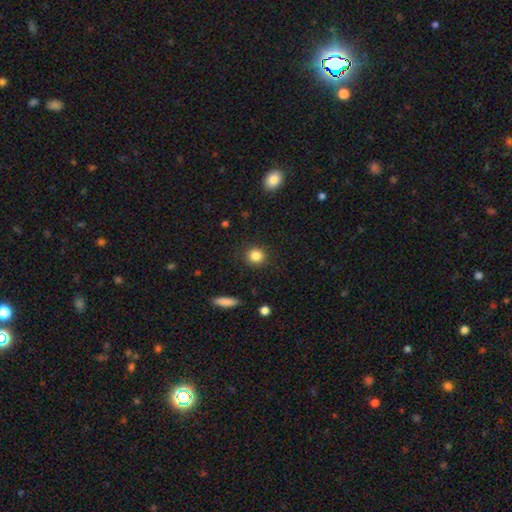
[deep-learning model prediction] Overall: smooth (85%). How rounded: round (87%). Merging: none (89%).